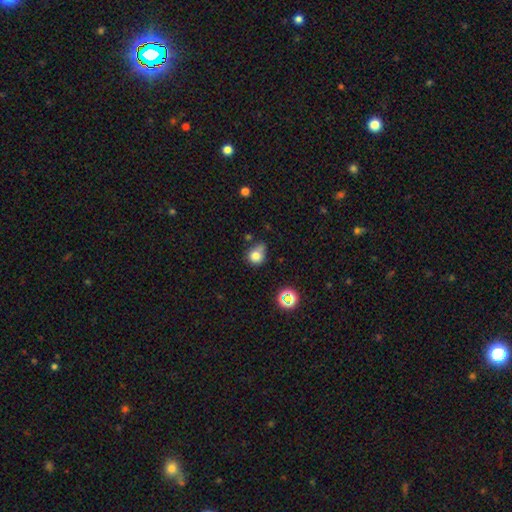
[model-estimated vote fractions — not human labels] A smooth galaxy with no disk features (77%) that is round (76%).

Vote fractions:
- Smooth or featured? smooth: 77% / star or artifact: 14% / featured or disk: 9%
- How rounded? round: 76% / in between: 23% / cigar-shaped: 1%
- Merging? none: 48% / minor disturbance: 30% / merger: 13% / major disturbance: 10%